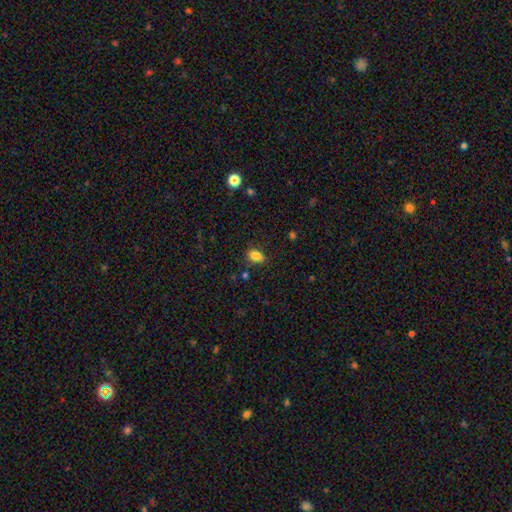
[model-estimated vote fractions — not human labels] Smooth or featured? smooth (85%)
How rounded? in between (77%)
Merging? none (80%)